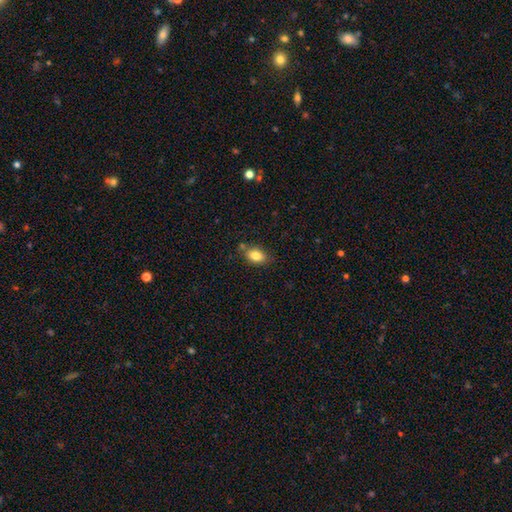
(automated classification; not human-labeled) A smooth galaxy with no disk features (83%) that is in between round and cigar-shaped (82%). Merging: none (76%).